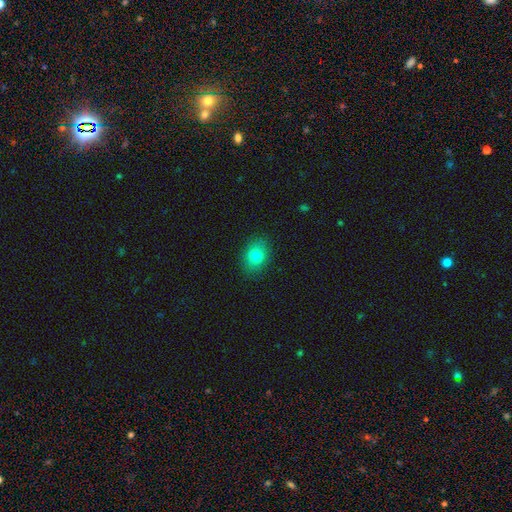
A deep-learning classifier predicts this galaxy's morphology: The model was most divided on "how rounded": in between: 58%, round: 41%, cigar-shaped: 1%. More confident: merging — none (88%); smooth or featured — smooth (80%).